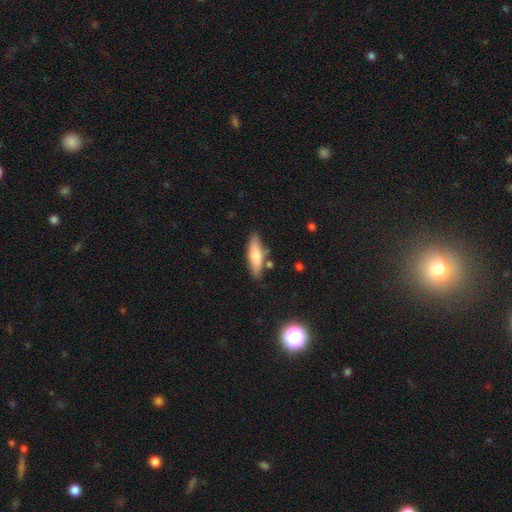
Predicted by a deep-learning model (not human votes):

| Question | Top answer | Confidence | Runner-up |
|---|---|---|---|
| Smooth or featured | smooth | 68% | featured or disk (26%) |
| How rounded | cigar-shaped | 59% | in between (38%) |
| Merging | none | 79% | minor disturbance (13%) |